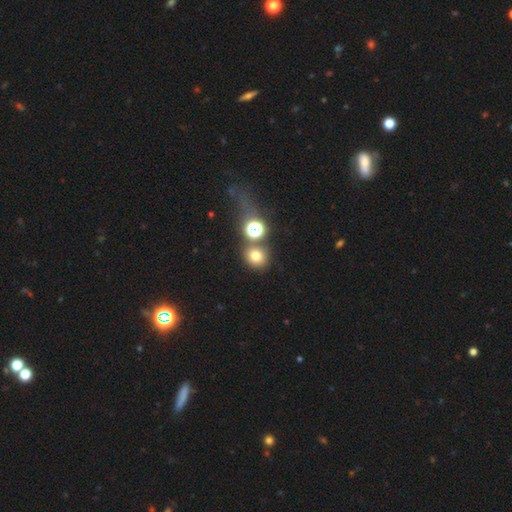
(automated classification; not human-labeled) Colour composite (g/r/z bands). It shows a smooth galaxy with no disk features (72%) that is round (82%). Merging: none (68%).